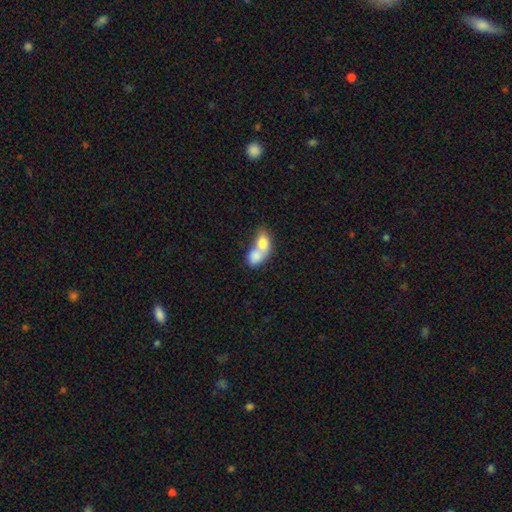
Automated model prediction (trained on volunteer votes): A smooth galaxy with no disk features (74%) that is in between round and cigar-shaped (73%).

Vote fractions:
- Smooth or featured? smooth: 74% / featured or disk: 18% / star or artifact: 7%
- How rounded? in between: 73% / round: 24% / cigar-shaped: 3%
- Merging? merger: 79% / none: 12% / minor disturbance: 5% / major disturbance: 4%